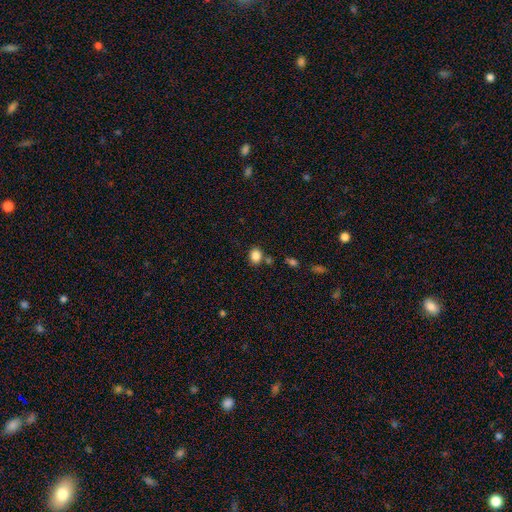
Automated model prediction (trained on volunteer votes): The model was most divided on "how rounded": round: 64%, in between: 35%, cigar-shaped: 1%. More confident: smooth or featured — smooth (85%); merging — none (75%).